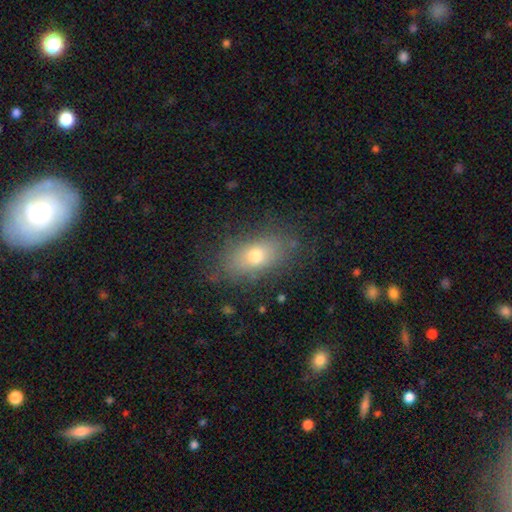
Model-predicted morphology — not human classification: Smooth or featured? smooth (70%)
How rounded? in between (80%)
Merging? none (77%)